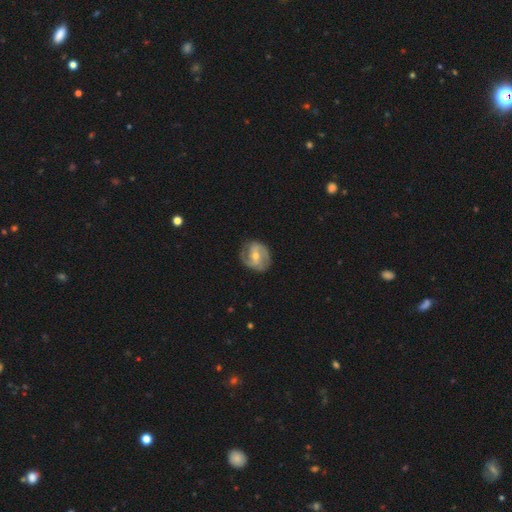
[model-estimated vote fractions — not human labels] A featured or disk galaxy (82%) with a weak bar (44%), 2 (77%) medium (46%) spiral arms (94%) and a moderate central bulge (53%).

Vote fractions:
- Smooth or featured? featured or disk: 82% / smooth: 13% / star or artifact: 5%
- Edge-on disk? no: 97% / yes: 3%
- Bar? weak: 44% / no: 33% / strong: 24%
- Spiral arms? yes: 94% / no: 6%
- Spiral winding? medium: 46% / tight: 37% / loose: 17%
- Spiral arm count? 2: 77% / can't tell: 9% / 3: 8% / 1: 3% / 4: 2% / more than 4: 2%
- Bulge size? moderate: 53% / small: 44% / large: 1% / none: 1% / dominant: 1%
- Merging? none: 77% / minor disturbance: 16% / major disturbance: 5% / merger: 1%